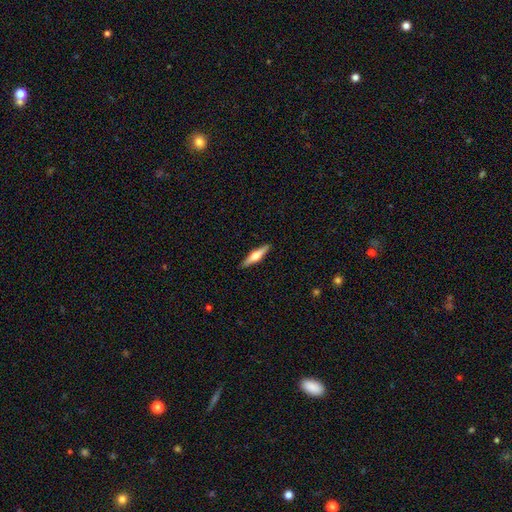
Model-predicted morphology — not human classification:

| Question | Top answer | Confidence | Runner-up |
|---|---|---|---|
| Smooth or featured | featured or disk | 60% | smooth (35%) |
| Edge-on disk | yes | 97% | no (3%) |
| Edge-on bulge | rounded | 92% | boxy (5%) |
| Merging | none | 91% | minor disturbance (6%) |